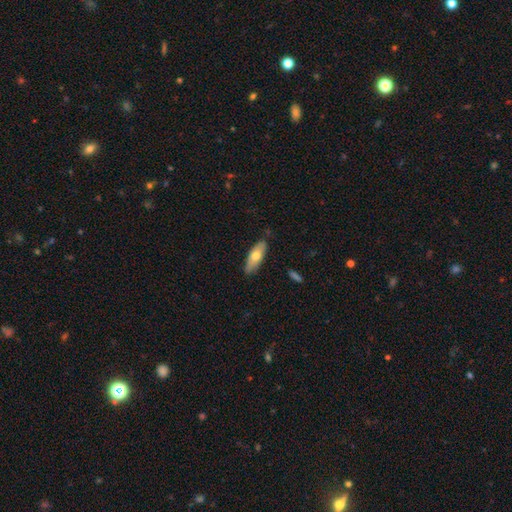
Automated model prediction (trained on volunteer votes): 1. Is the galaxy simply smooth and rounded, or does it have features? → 64% smooth, 30% featured or disk, 6% star or artifact.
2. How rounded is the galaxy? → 67% in between, 31% cigar-shaped, 2% round.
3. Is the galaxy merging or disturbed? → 81% none, 15% minor disturbance, 2% major disturbance, 2% merger.